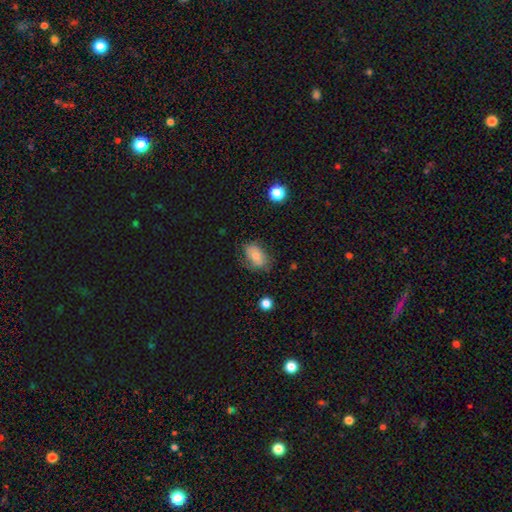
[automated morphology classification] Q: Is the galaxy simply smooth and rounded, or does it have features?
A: smooth — 71%.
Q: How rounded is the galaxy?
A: in between — 87%.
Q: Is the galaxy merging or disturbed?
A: none — 64%.